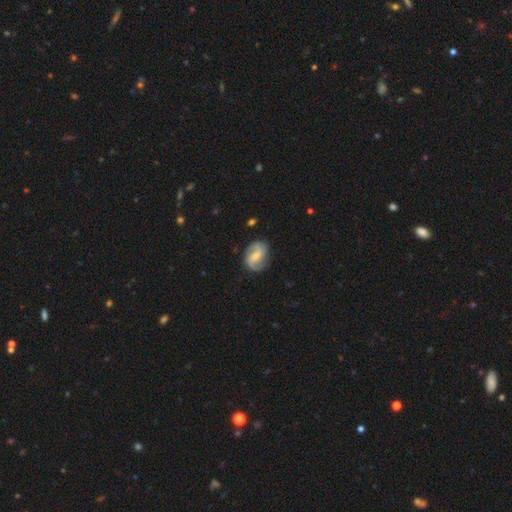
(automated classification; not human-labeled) smooth-or-featured: featured or disk: 77% | smooth: 17% | star or artifact: 6%
  disk-edge-on: no: 98% | yes: 2%
    bar: weak: 49% | no: 35% | strong: 16%
    has-spiral-arms: yes: 95% | no: 5%
      spiral-winding: loose: 42% (tied) | medium: 42% (tied) | tight: 16%
      spiral-arm-count: 2: 88% | can't tell: 5% | 3: 3% | 1: 3% | 4: 1% | more than 4: 1%
    bulge-size: small: 43% | moderate: 37% | none: 14% | large: 4% | dominant: 1%
  merging: none: 78% | minor disturbance: 15% | major disturbance: 5% | merger: 2%